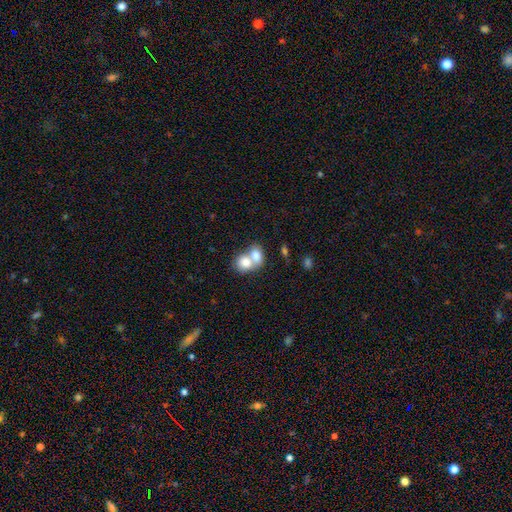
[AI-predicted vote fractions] Q: Smooth or featured?
A: smooth (77%); runner-up: featured or disk (16%)
Q: How rounded?
A: in between (55%); runner-up: round (44%)
Q: Merging?
A: merger (74%); runner-up: none (19%)